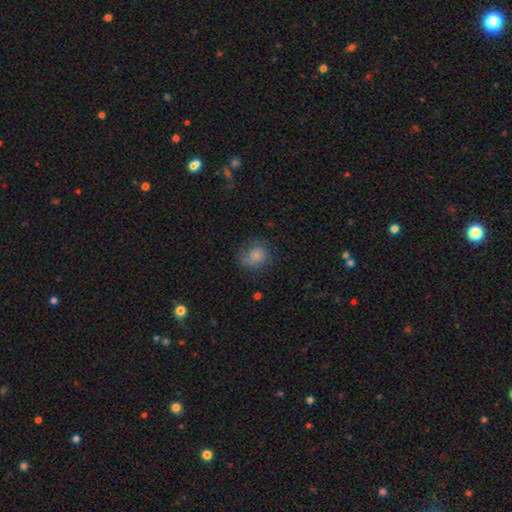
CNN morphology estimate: Smooth or featured?
  - smooth: 74% *
  - featured or disk: 17%
  - star or artifact: 9%
How rounded?
  - round: 78% *
  - in between: 21%
  - cigar-shaped: 1%
Merging?
  - none: 65% *
  - minor disturbance: 22%
  - major disturbance: 11%
  - merger: 1%